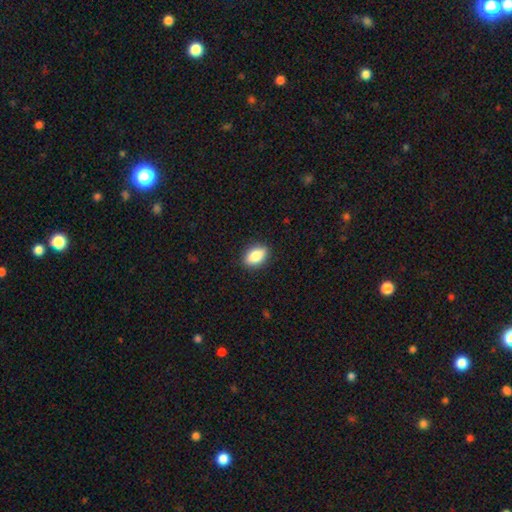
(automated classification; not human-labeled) smooth_or_featured: smooth (p=0.83) [alt: featured or disk p=0.10]
how_rounded: in between (p=0.86) [alt: round p=0.10]
merging: none (p=0.88) [alt: minor disturbance p=0.09]